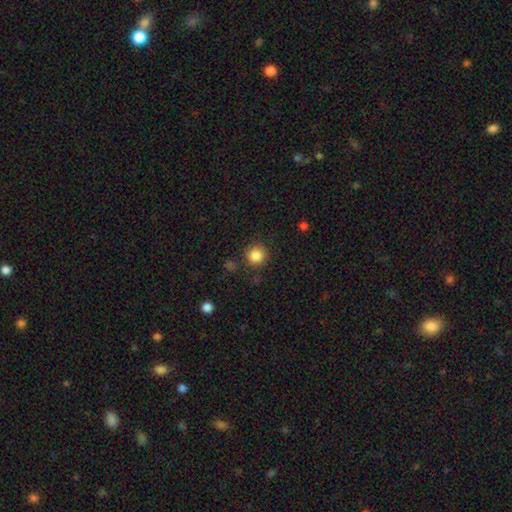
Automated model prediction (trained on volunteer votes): smooth_or_featured: smooth (p=0.86) [alt: star or artifact p=0.11]
how_rounded: round (p=0.93) [alt: in between p=0.06]
merging: none (p=0.85) [alt: minor disturbance p=0.09]